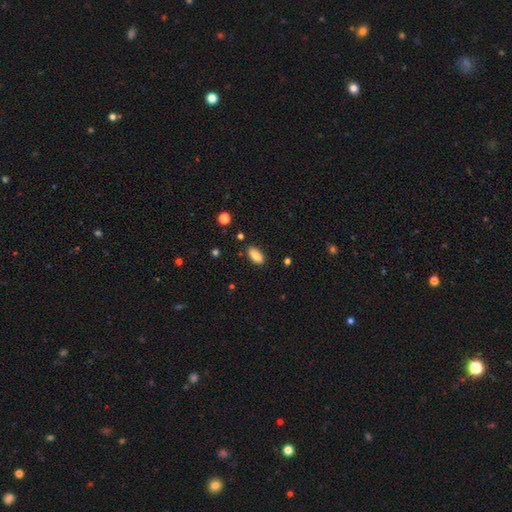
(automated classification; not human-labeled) A smooth galaxy with no disk features (84%) that is in between round and cigar-shaped (90%). Merging: none (86%).